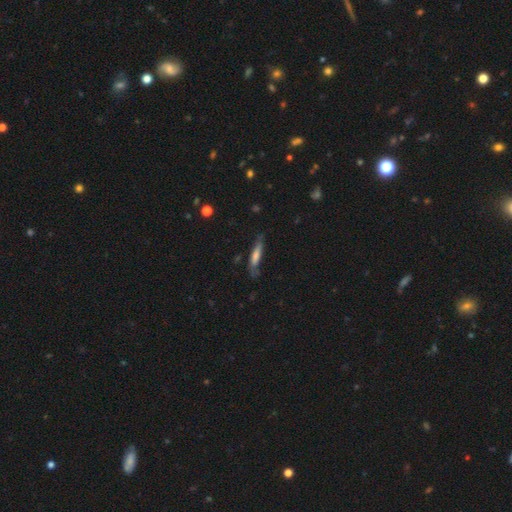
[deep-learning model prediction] Smooth or featured? Predicted: smooth (p=0.52). How rounded? Predicted: cigar-shaped (p=0.83). Merging? Predicted: none (p=0.67).